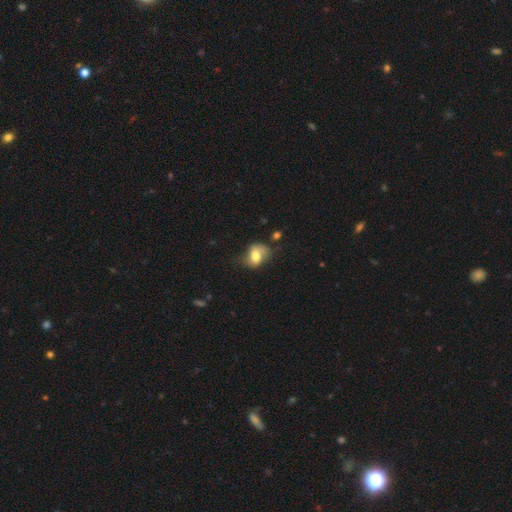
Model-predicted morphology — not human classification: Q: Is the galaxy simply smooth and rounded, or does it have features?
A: smooth — 65%.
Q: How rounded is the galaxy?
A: in between — 65%.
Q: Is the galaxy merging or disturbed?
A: none — 47%.